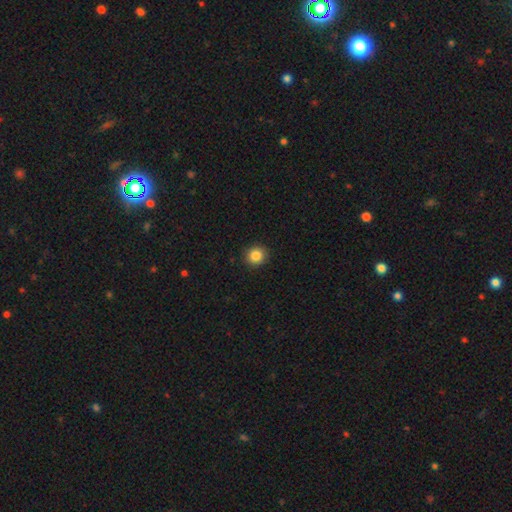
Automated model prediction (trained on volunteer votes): The model was most divided on "smooth or featured": smooth: 86%, star or artifact: 10%, featured or disk: 4%. More confident: merging — none (91%); how rounded — round (91%).